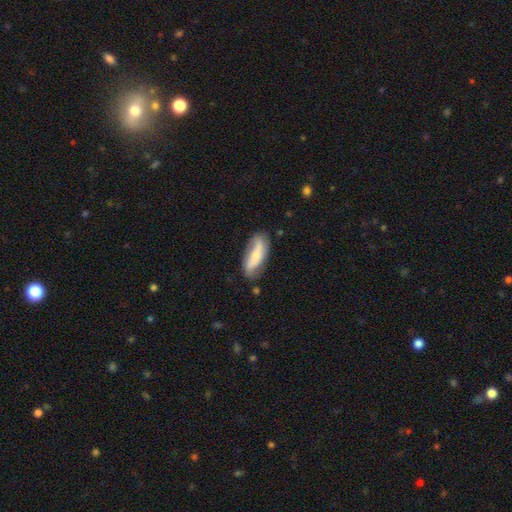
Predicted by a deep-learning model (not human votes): Smooth or featured: smooth — 52% (featured or disk — 41%)
How rounded: in between — 59% (cigar-shaped — 39%)
Merging: none — 66% (minor disturbance — 24%)